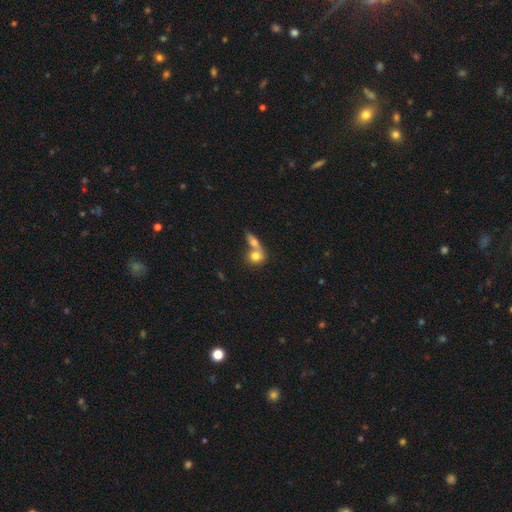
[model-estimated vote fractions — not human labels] The model was most divided on "how rounded": round: 56%, in between: 41%, cigar-shaped: 3%. More confident: smooth or featured — smooth (76%); merging — merger (67%).